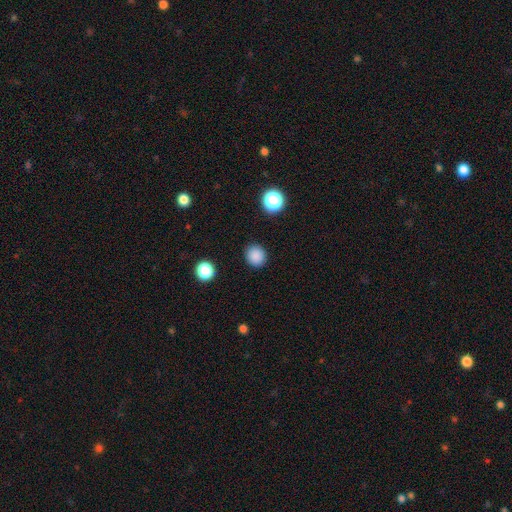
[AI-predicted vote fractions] Smooth or featured? Predicted: smooth (p=0.86). How rounded? Predicted: round (p=0.88). Merging? Predicted: none (p=0.90).